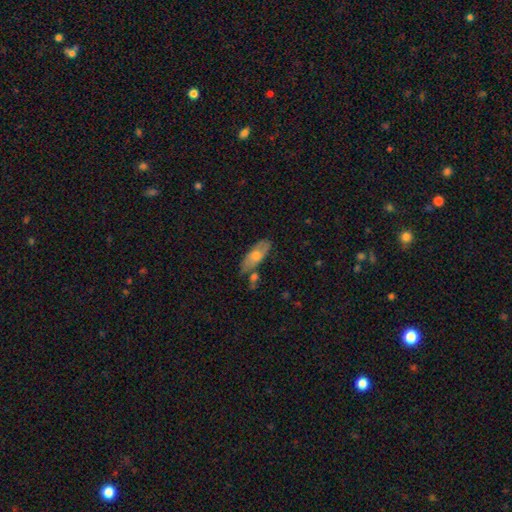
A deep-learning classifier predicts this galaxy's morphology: Smooth or featured?
  - smooth: 58% *
  - featured or disk: 35%
  - star or artifact: 7%
How rounded?
  - in between: 71% *
  - cigar-shaped: 26%
  - round: 3%
Merging?
  - none: 63% *
  - minor disturbance: 19%
  - merger: 13%
  - major disturbance: 5%